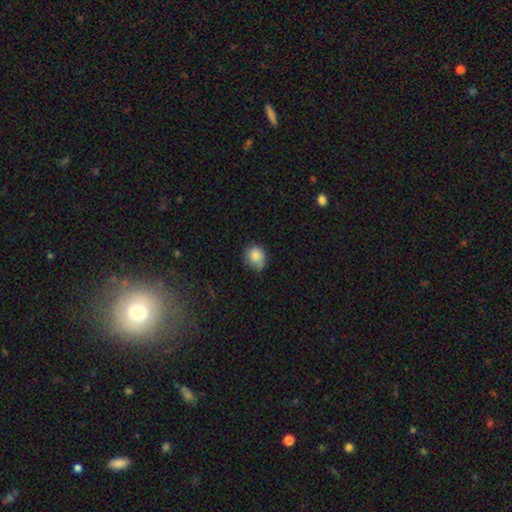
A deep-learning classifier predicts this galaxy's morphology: smooth-or-featured: smooth: 84% | star or artifact: 9% | featured or disk: 7%
  how-rounded: round: 81% | in between: 18% | cigar-shaped: 1%
  merging: none: 62% | minor disturbance: 27% | major disturbance: 6% | merger: 5%